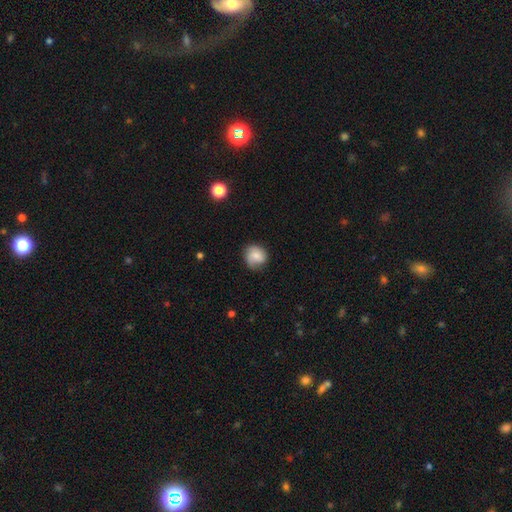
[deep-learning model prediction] This appears to be a smooth galaxy with no disk features (67%) that is round (76%). Merging: none (67%).